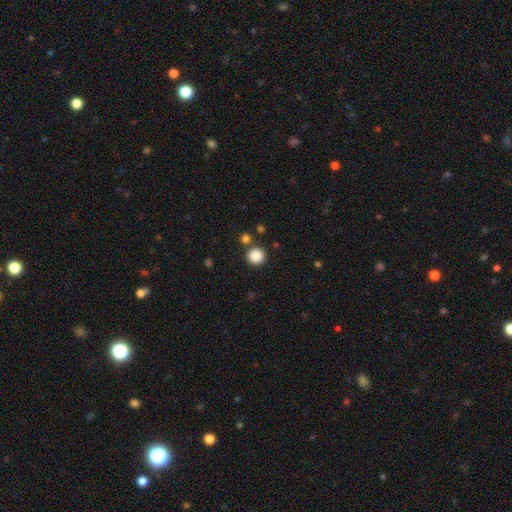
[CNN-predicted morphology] smooth-or-featured: smooth: 87% | star or artifact: 10% | featured or disk: 3%
  how-rounded: round: 94% | in between: 5% | cigar-shaped: 1%
  merging: none: 83% | merger: 8% | minor disturbance: 6% | major disturbance: 3%